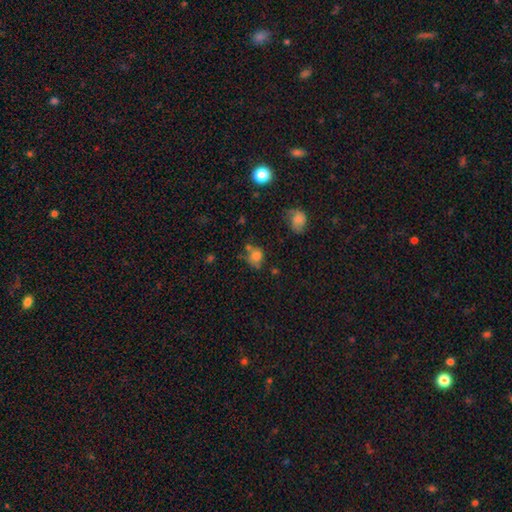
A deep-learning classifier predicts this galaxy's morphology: This is likely a smooth galaxy (77%). How rounded: likely round (63%). Merging: possibly none (50%).